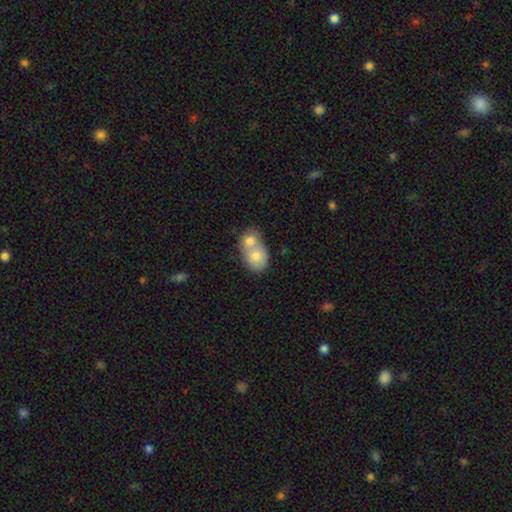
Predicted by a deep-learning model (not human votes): The model was most divided on "how rounded": in between: 56%, round: 43%, cigar-shaped: 1%. More confident: merging — merger (74%); smooth or featured — smooth (72%).